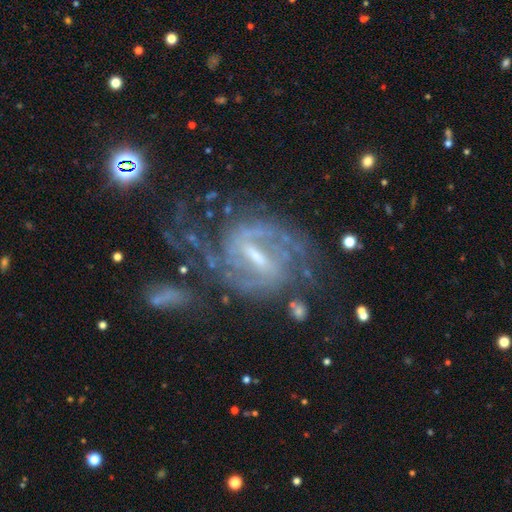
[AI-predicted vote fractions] featured or disk 90%, star or artifact 6%, smooth 4%. Down the decision tree: edge-on disk — no (97%); bar — strong (51%); spiral arms — yes (97%); spiral arm count — 2 (72%); spiral winding — medium (49%); bulge size — small (46%); merging — none (59%).